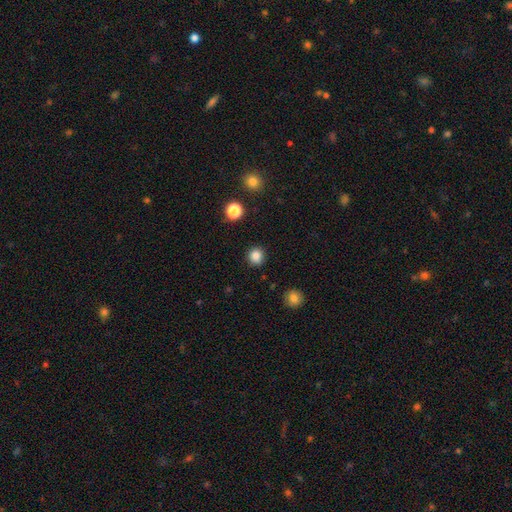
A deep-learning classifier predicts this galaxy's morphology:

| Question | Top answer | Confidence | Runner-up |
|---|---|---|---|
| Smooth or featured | smooth | 84% | star or artifact (12%) |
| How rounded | round | 91% | in between (8%) |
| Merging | none | 91% | minor disturbance (6%) |